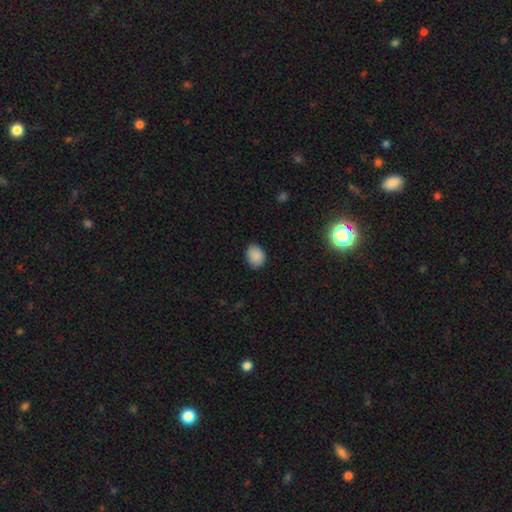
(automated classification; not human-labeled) smooth 89%, star or artifact 8%, featured or disk 3%. Down the decision tree: how rounded — in between (56%); merging — none (85%).